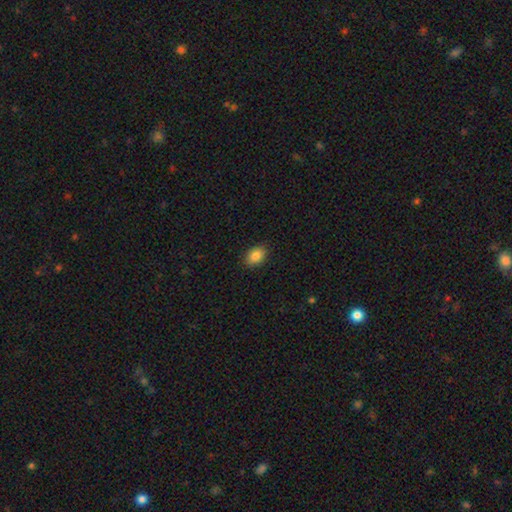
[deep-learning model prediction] Morphology: type=smooth (85%); roundness=in between (73%); merging=none (87%).